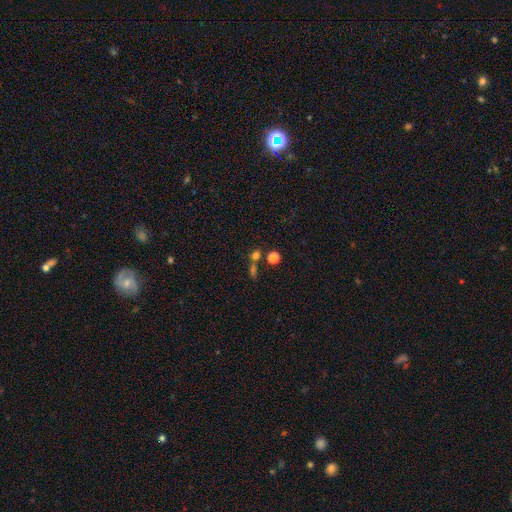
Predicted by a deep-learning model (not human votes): Morphology: type=smooth (69%); roundness=round (74%); merging=none (56%).